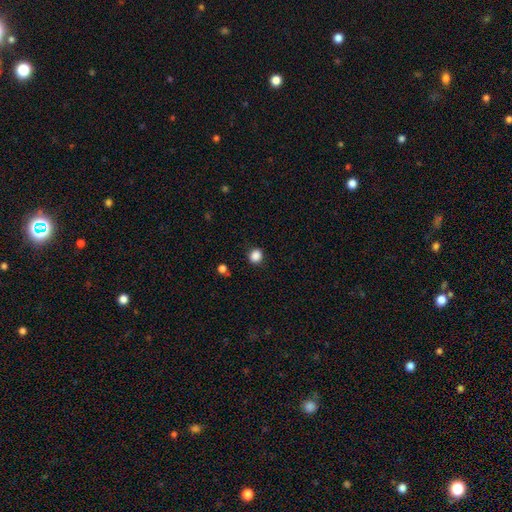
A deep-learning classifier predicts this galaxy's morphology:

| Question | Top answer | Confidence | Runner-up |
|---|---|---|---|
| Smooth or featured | smooth | 87% | star or artifact (10%) |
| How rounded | round | 77% | in between (22%) |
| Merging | none | 87% | minor disturbance (8%) |